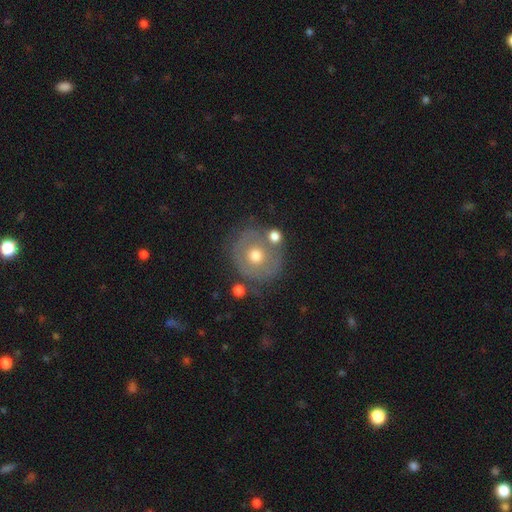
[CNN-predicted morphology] This appears to be a smooth galaxy with no disk features (50%). Merging: none (67%).